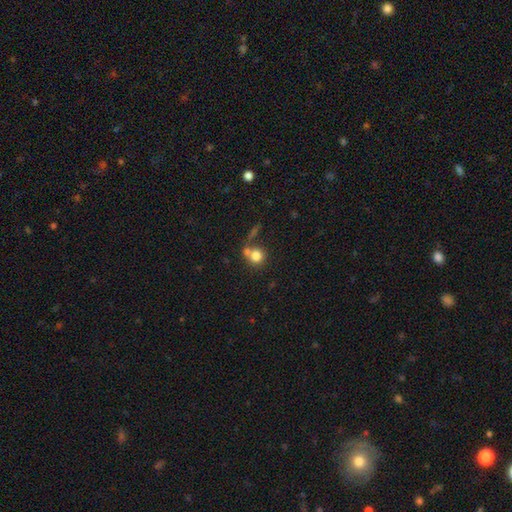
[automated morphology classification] smooth-or-featured: smooth: 78% | featured or disk: 12% | star or artifact: 10%
  how-rounded: round: 82% | in between: 16% | cigar-shaped: 1%
  merging: none: 44% | merger: 37% | minor disturbance: 11% | major disturbance: 9%